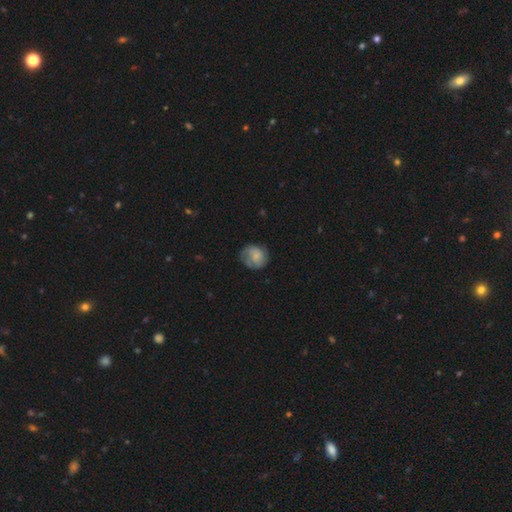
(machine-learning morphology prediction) Overall: smooth (56%; featured or disk 36%). How rounded: round (77%). Merging: none (60%; minor disturbance 26%).